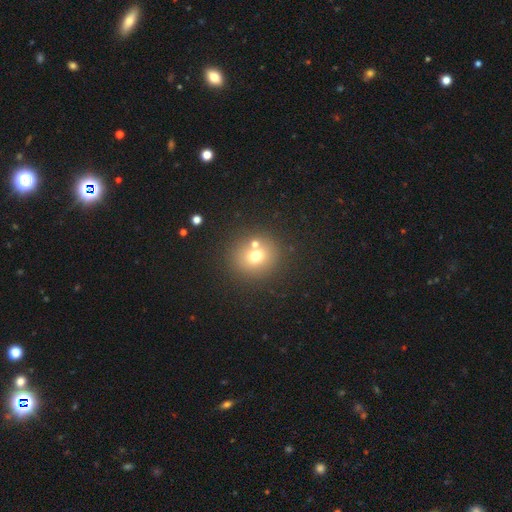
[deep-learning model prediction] Q: Smooth or featured?
A: smooth (69%); runner-up: star or artifact (16%)
Q: How rounded?
A: round (84%); runner-up: in between (15%)
Q: Merging?
A: none (69%); runner-up: merger (19%)